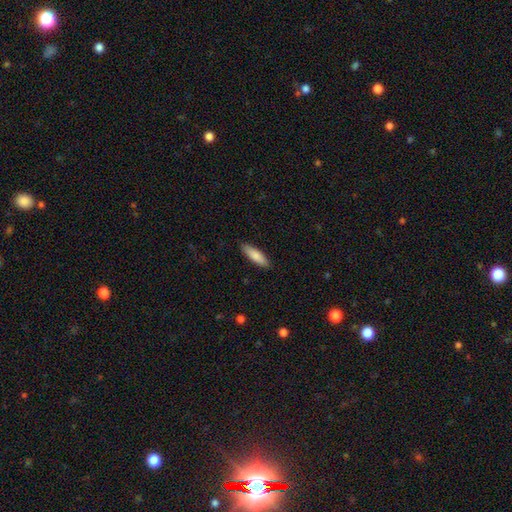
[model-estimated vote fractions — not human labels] smooth 81%, featured or disk 14%, star or artifact 5%. Down the decision tree: how rounded — cigar-shaped (57%); merging — none (89%).